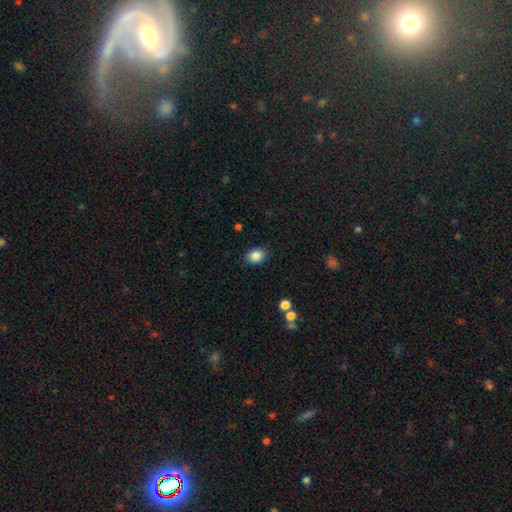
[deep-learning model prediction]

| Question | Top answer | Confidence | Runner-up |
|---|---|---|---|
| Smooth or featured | smooth | 86% | star or artifact (9%) |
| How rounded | in between | 54% | round (45%) |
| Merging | none | 86% | minor disturbance (10%) |